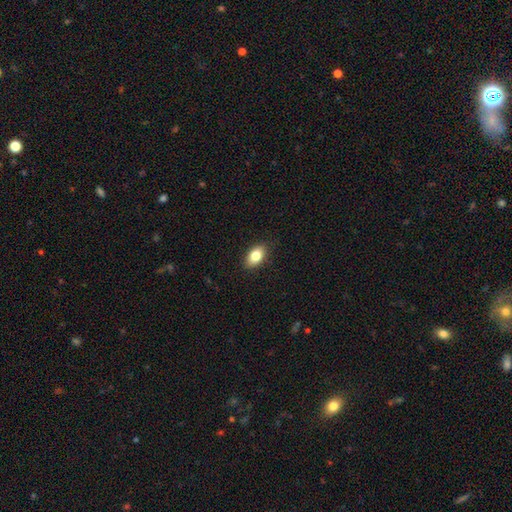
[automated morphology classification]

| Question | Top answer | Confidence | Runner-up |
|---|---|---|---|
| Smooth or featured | smooth | 82% | featured or disk (10%) |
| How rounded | in between | 90% | round (8%) |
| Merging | none | 87% | minor disturbance (10%) |